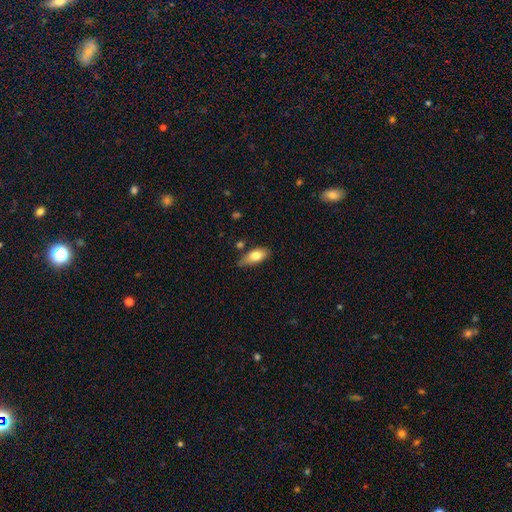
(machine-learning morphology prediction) Q: Smooth or featured?
A: smooth (76%); runner-up: featured or disk (17%)
Q: How rounded?
A: in between (84%); runner-up: cigar-shaped (13%)
Q: Merging?
A: none (64%); runner-up: minor disturbance (26%)